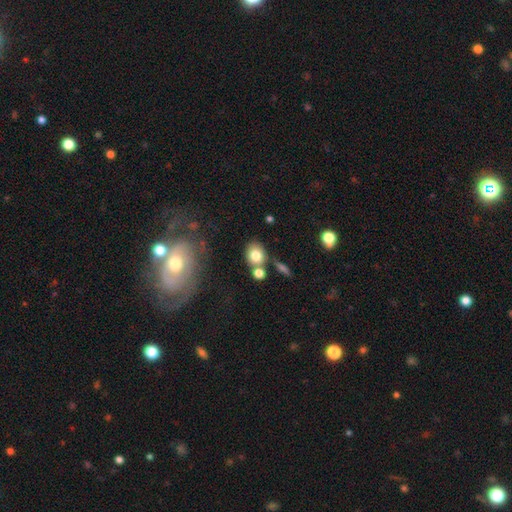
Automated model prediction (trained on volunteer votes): smooth 77%, featured or disk 13%, star or artifact 10%. Down the decision tree: how rounded — in between (55%); merging — none (60%).